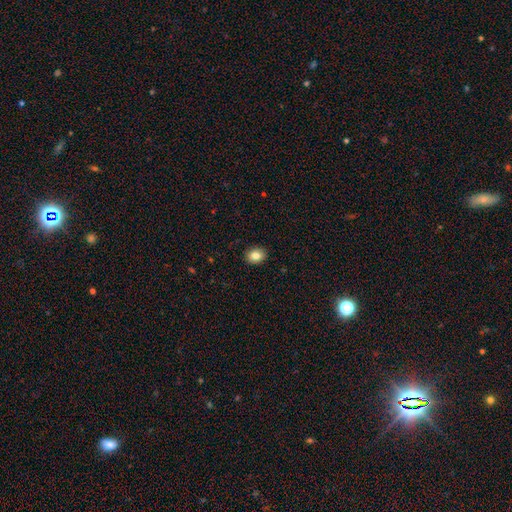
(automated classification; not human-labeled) smooth 83%, star or artifact 9%, featured or disk 7%. Down the decision tree: how rounded — in between (55%); merging — none (90%).